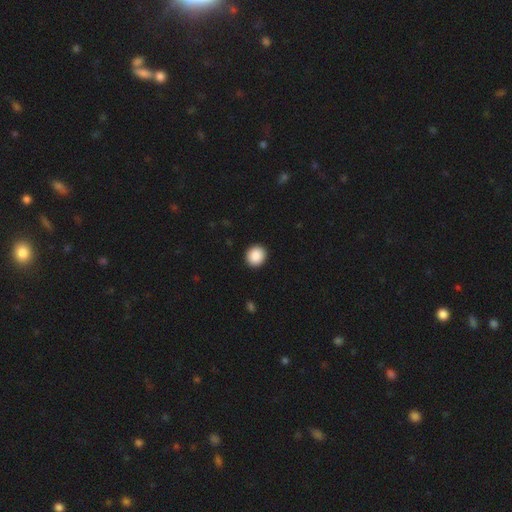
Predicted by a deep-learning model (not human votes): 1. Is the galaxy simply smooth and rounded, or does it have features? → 89% smooth, 7% star or artifact, 3% featured or disk.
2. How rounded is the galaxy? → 83% round, 16% in between, 1% cigar-shaped.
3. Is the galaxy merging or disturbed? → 93% none, 5% minor disturbance, 2% major disturbance, 1% merger.